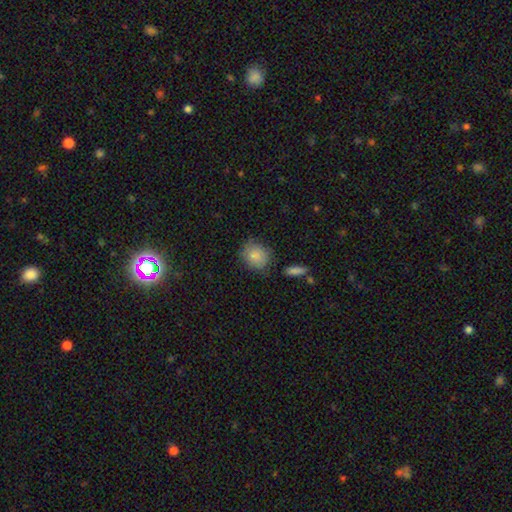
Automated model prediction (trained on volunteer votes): Q: Smooth or featured?
A: smooth (86%); runner-up: star or artifact (7%)
Q: How rounded?
A: round (72%); runner-up: in between (27%)
Q: Merging?
A: none (74%); runner-up: minor disturbance (18%)